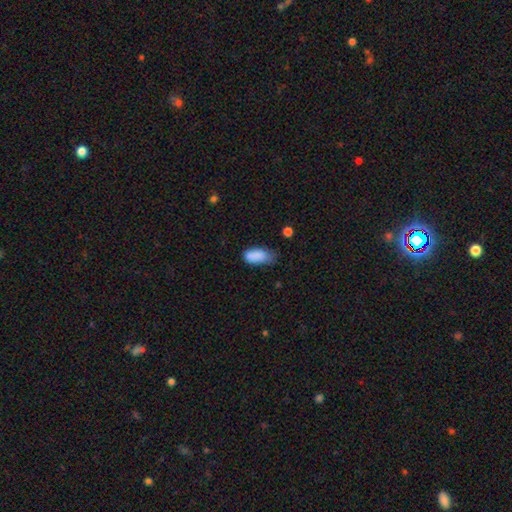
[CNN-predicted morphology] Smooth or featured? smooth (86%)
How rounded? in between (90%)
Merging? minor disturbance (43%)